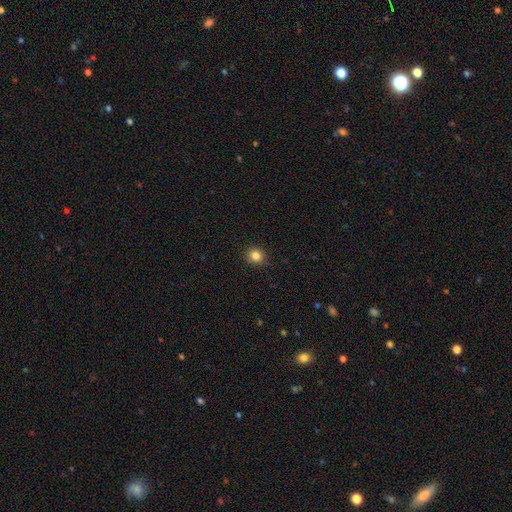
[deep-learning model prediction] Smooth or featured: smooth — 84% (star or artifact — 12%)
How rounded: round — 88% (in between — 11%)
Merging: none — 90% (minor disturbance — 7%)